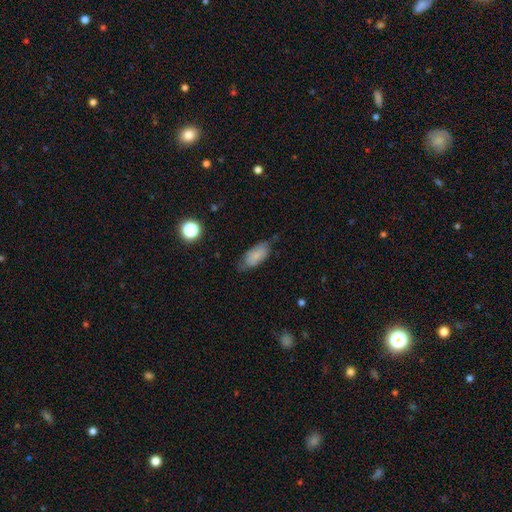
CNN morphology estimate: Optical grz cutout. It shows a smooth galaxy with no disk features (72%) that is in between round and cigar-shaped (88%). Merging: none (62%).